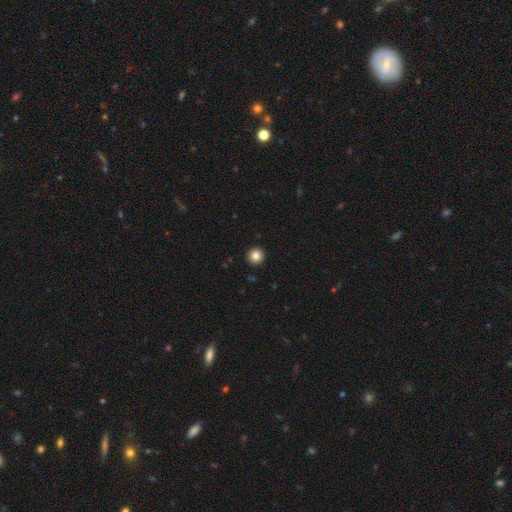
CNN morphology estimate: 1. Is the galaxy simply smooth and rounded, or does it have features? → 85% smooth, 11% star or artifact, 5% featured or disk.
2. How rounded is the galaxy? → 96% round, 3% in between, 1% cigar-shaped.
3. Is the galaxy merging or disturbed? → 94% none, 4% minor disturbance, 1% major disturbance, 1% merger.